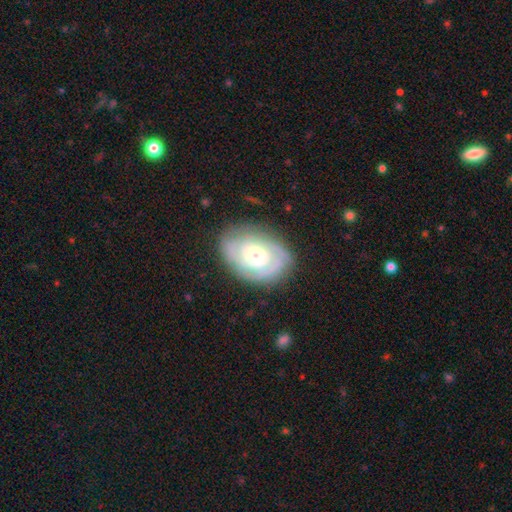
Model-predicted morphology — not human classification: A featured or disk galaxy (80%) with no bar (71%), tight (73%) spiral arms (93%) and a moderate central bulge (68%). Merging: none (80%).